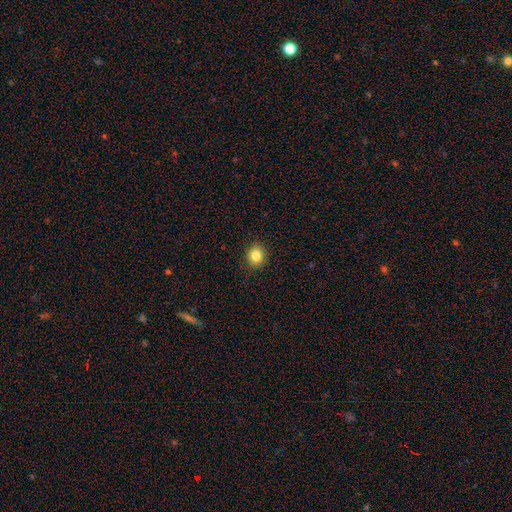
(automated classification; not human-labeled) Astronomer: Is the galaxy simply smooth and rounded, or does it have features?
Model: smooth — 83%.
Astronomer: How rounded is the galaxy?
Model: round — 79%.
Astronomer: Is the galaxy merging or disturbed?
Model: none — 90%.